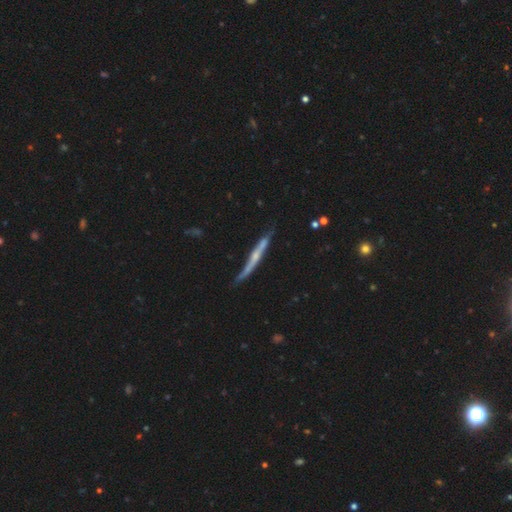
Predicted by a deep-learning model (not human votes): Smooth or featured?
  - featured or disk: 66% *
  - smooth: 27%
  - star or artifact: 6%
Edge-on disk?
  - yes: 92% *
  - no: 8%
Edge-on bulge?
  - rounded: 47% *
  - none: 44%
  - boxy: 9%
Merging?
  - none: 64% *
  - minor disturbance: 26%
  - major disturbance: 6%
  - merger: 4%